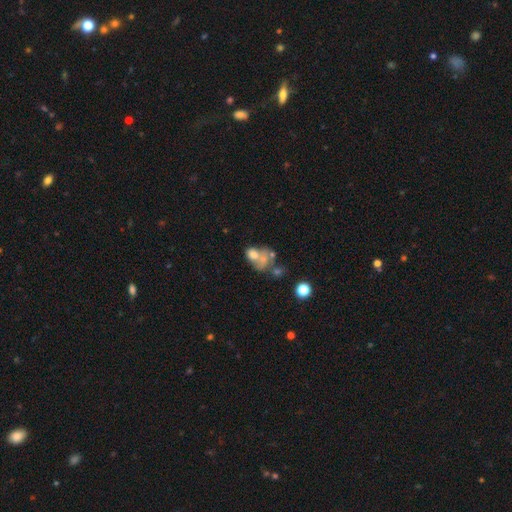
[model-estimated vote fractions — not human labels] The model was most divided on "smooth or featured": smooth: 52%, featured or disk: 35%, star or artifact: 13%. More confident: how rounded — in between (63%); merging — merger (54%).